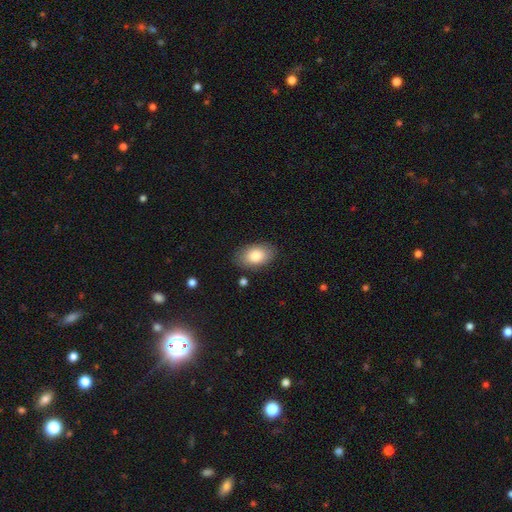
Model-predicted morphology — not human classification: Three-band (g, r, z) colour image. It shows a smooth galaxy with no disk features (83%) that is in between round and cigar-shaped (90%). Merging: none (84%).